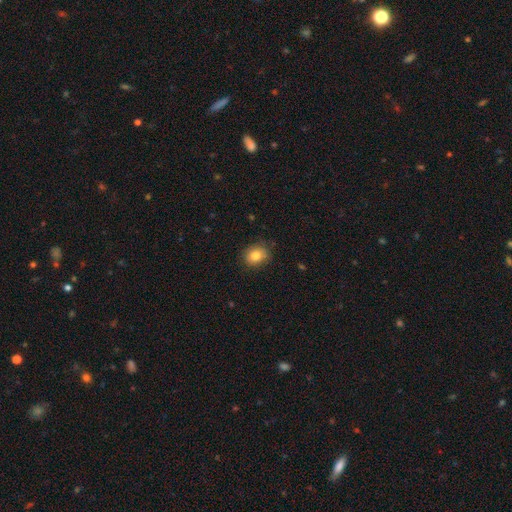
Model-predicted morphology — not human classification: smooth 82%, star or artifact 10%, featured or disk 9%. Down the decision tree: how rounded — round (60%); merging — none (83%).